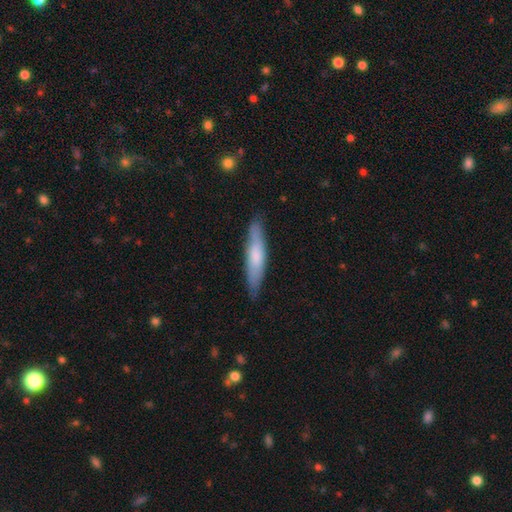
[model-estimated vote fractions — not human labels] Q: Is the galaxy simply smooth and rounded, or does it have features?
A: smooth — 62%.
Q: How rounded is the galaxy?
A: cigar-shaped — 85%.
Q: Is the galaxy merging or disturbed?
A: none — 83%.